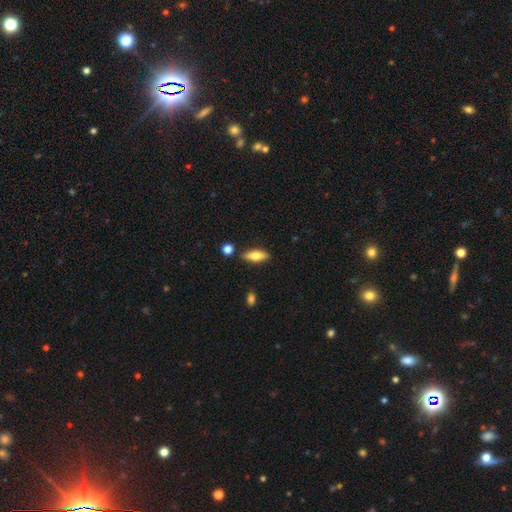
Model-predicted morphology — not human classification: Smooth or featured?
  - smooth: 63% *
  - featured or disk: 30%
  - star or artifact: 7%
How rounded?
  - in between: 59% *
  - cigar-shaped: 38%
  - round: 3%
Merging?
  - none: 84% *
  - minor disturbance: 10%
  - merger: 4%
  - major disturbance: 2%